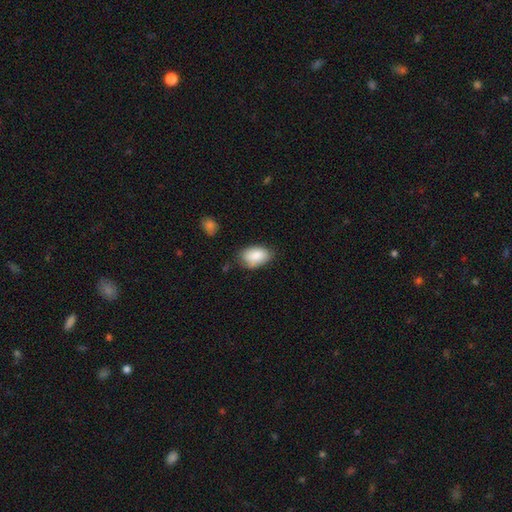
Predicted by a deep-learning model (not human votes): Smooth or featured: smooth — 86% (featured or disk — 7%)
How rounded: in between — 92% (round — 7%)
Merging: none — 66% (minor disturbance — 26%)